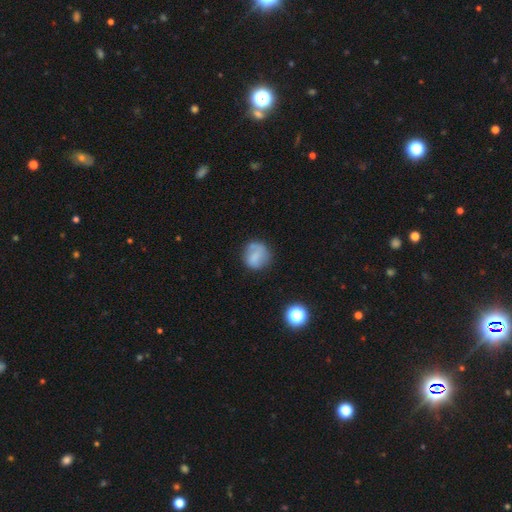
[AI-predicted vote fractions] Smooth or featured?
  - smooth: 68% *
  - featured or disk: 22%
  - star or artifact: 10%
How rounded?
  - round: 83% *
  - in between: 16%
  - cigar-shaped: 1%
Merging?
  - none: 62% *
  - minor disturbance: 23%
  - major disturbance: 11%
  - merger: 4%